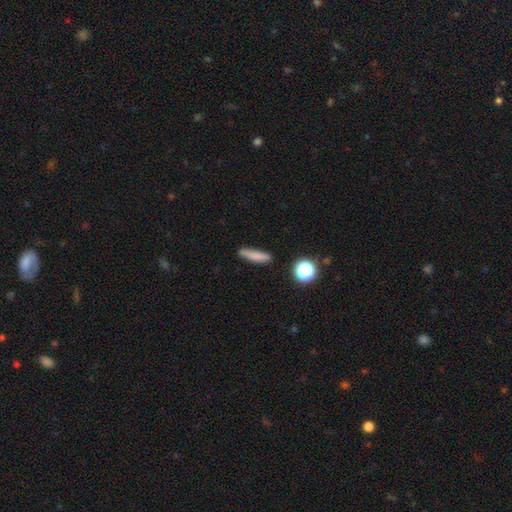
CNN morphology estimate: smooth-or-featured: smooth: 79% | featured or disk: 11% | star or artifact: 10%
  how-rounded: cigar-shaped: 80% | in between: 16% | round: 4%
  merging: none: 83% | minor disturbance: 12% | major disturbance: 3% | merger: 2%